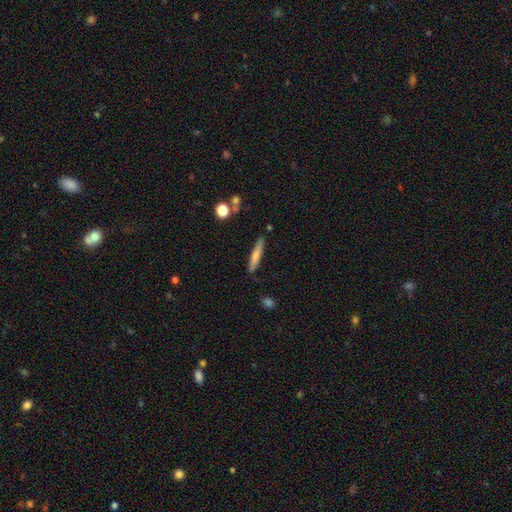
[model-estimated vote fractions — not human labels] A smooth galaxy with no disk features (67%) that is cigar-shaped (92%).

Vote fractions:
- Smooth or featured? smooth: 67% / featured or disk: 27% / star or artifact: 6%
- How rounded? cigar-shaped: 92% / in between: 7% / round: 2%
- Merging? none: 84% / minor disturbance: 11% / merger: 2% / major disturbance: 2%